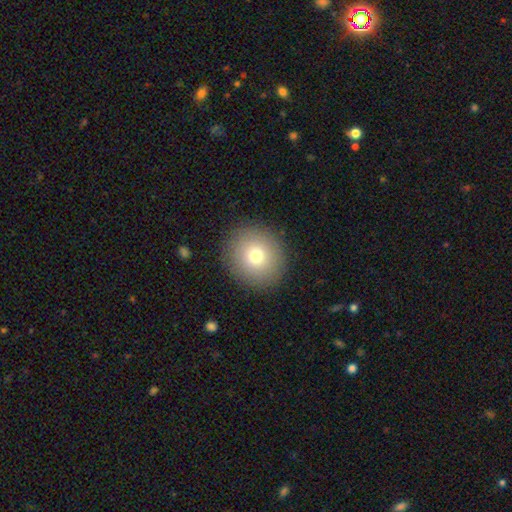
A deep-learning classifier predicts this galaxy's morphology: This appears to be a smooth galaxy with no disk features (74%) that is round (90%). Merging: none (90%).